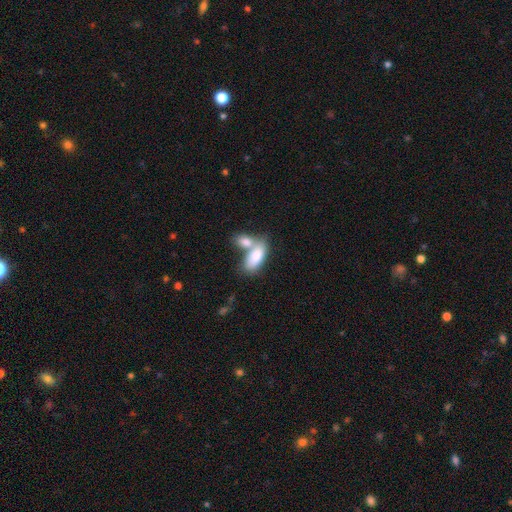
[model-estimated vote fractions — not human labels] Overall: smooth (82%). How rounded: in between (88%). Merging: merger (57%; none 29%).